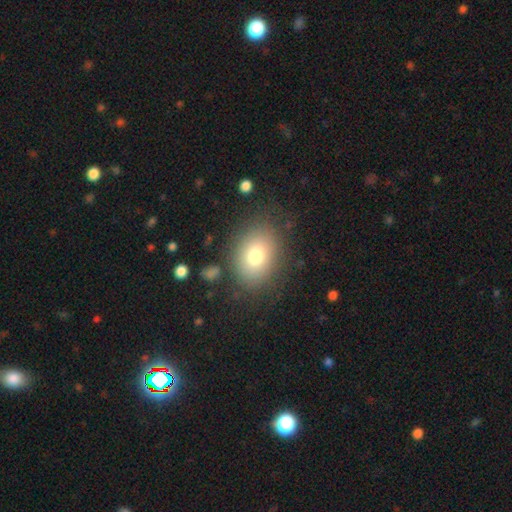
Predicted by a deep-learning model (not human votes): smooth-or-featured: smooth: 77% | featured or disk: 13% | star or artifact: 11%
  how-rounded: in between: 61% | round: 39% | cigar-shaped: 1%
  merging: none: 81% | minor disturbance: 12% | major disturbance: 5% | merger: 2%